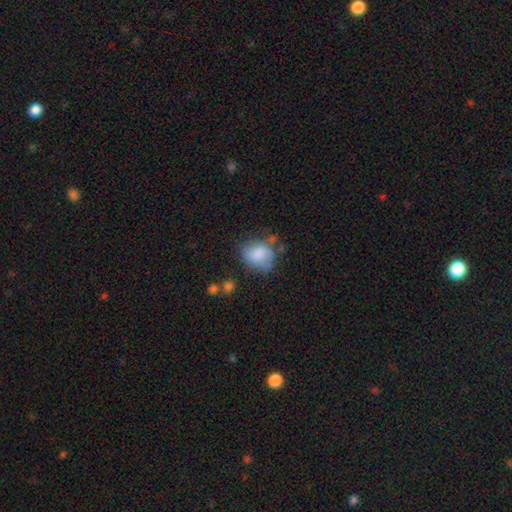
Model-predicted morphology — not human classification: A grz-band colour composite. It shows a smooth galaxy with no disk features (72%) that is round (55%). Merging: none (48%).